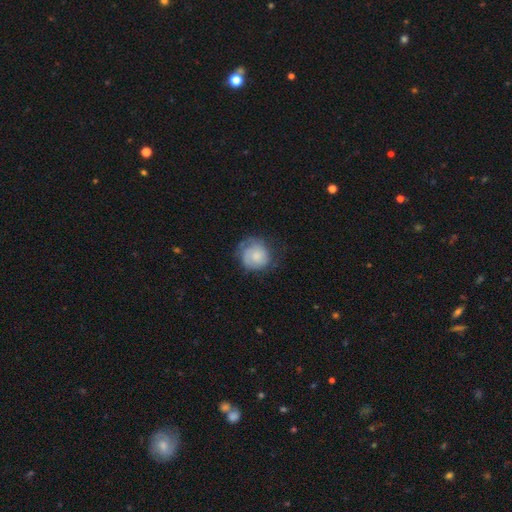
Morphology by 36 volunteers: Smooth or featured?
  - featured or disk: 56% *
  - smooth: 42%
  - star or artifact: 3%
Edge-on disk?
  - no: 100% *
  - yes: 0%
Bar?
  - no: 80% *
  - strong: 10%
  - weak: 10%
Spiral arms?
  - yes: 75% *
  - no: 25%
Spiral winding?
  - tight: 67% *
  - medium: 33%
  - loose: 0%
Spiral arm count?
  - can't tell: 53% *
  - 2: 40%
  - 3: 7%
  - 1: 0%
  - 4: 0%
  - more than 4: 0%
Bulge size?
  - moderate: 45% *
  - large: 20%
  - none: 20%
  - small: 15%
  - dominant: 0%
Merging?
  - none: 63% *
  - minor disturbance: 23%
  - major disturbance: 14%
  - merger: 0%